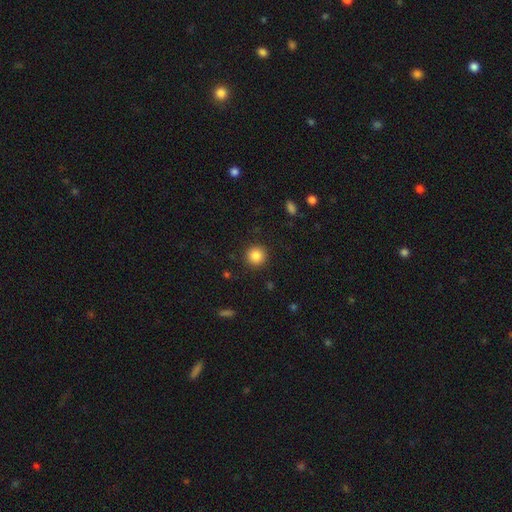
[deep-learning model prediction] This appears to be a smooth galaxy with no disk features (86%) that is round (94%). Merging: none (91%).